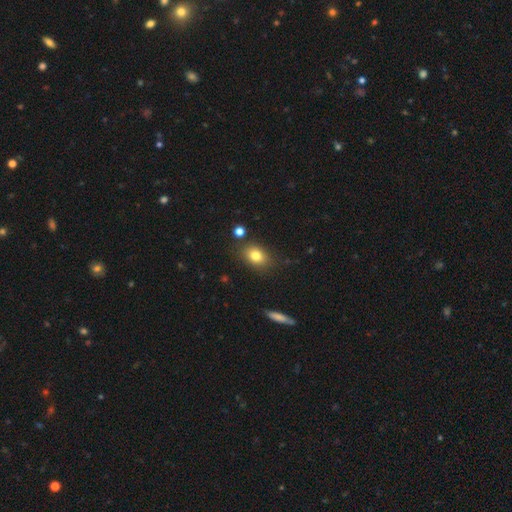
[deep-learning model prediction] Smooth or featured: smooth — 79% (star or artifact — 11%)
How rounded: in between — 66% (round — 32%)
Merging: none — 80% (minor disturbance — 12%)